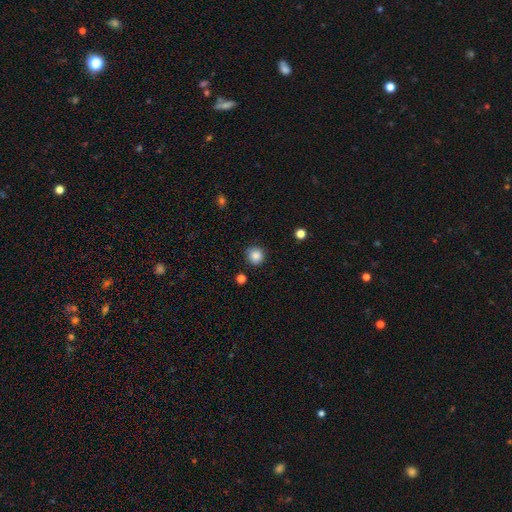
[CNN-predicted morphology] smooth 85%, star or artifact 10%, featured or disk 4%. Down the decision tree: how rounded — round (93%); merging — none (86%).